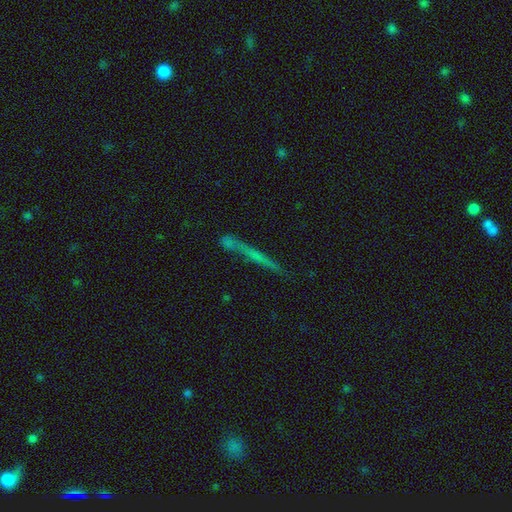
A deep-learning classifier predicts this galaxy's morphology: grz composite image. It shows a featured or disk galaxy (45%). Merging: none (73%).